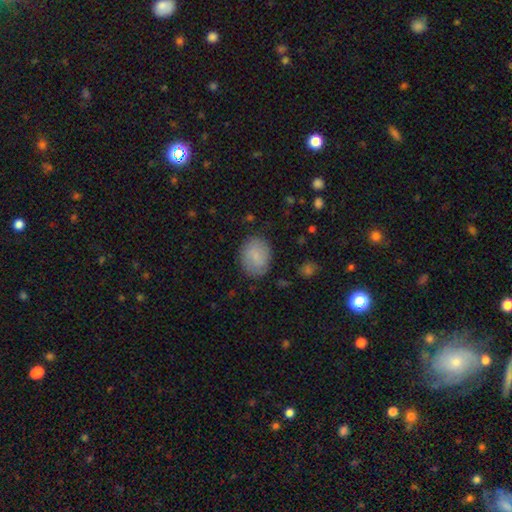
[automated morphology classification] smooth_or_featured: smooth (p=0.78) [alt: featured or disk p=0.15]
how_rounded: in between (p=0.58) [alt: round p=0.40]
merging: none (p=0.81) [alt: minor disturbance p=0.14]